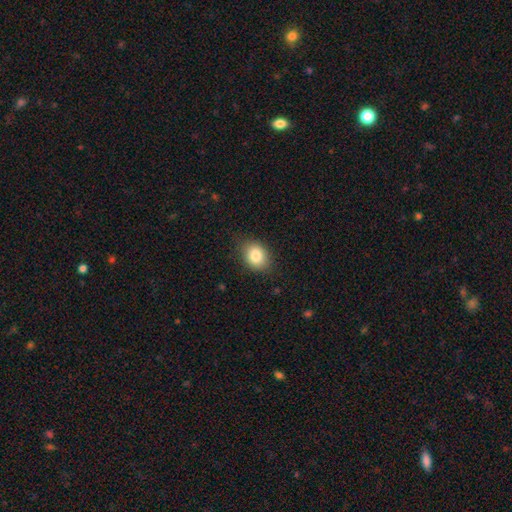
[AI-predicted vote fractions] Smooth or featured: smooth — 84% (star or artifact — 9%)
How rounded: in between — 58% (round — 41%)
Merging: none — 83% (minor disturbance — 13%)